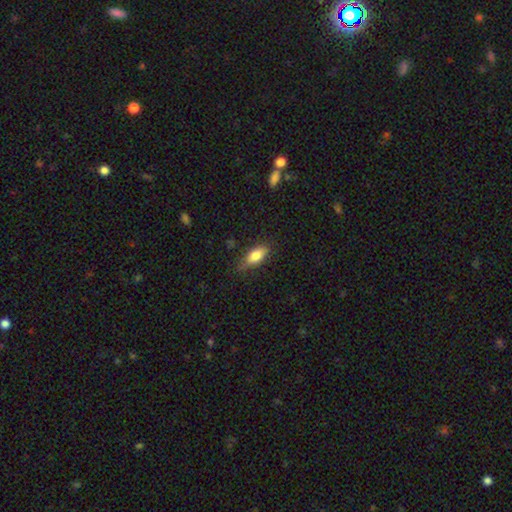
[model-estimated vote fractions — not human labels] A smooth galaxy with no disk features (77%) that is in between round and cigar-shaped (79%).

Vote fractions:
- Smooth or featured? smooth: 77% / featured or disk: 16% / star or artifact: 7%
- How rounded? in between: 79% / cigar-shaped: 17% / round: 4%
- Merging? none: 72% / minor disturbance: 22% / major disturbance: 5% / merger: 2%